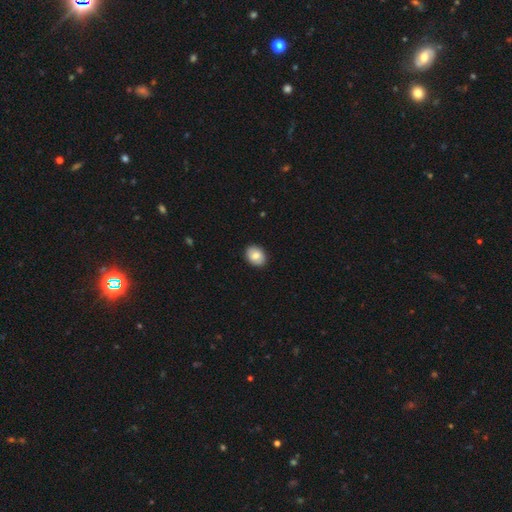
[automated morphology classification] This is likely a smooth galaxy (79%). How rounded: likely in between (63%). Merging: clearly none (90%).